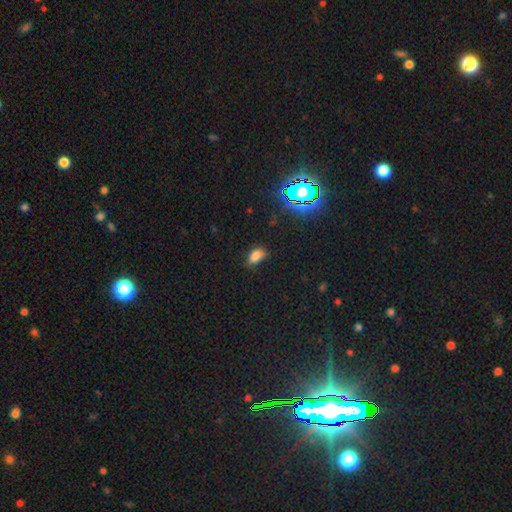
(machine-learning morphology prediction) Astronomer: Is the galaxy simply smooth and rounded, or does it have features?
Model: smooth — 77%.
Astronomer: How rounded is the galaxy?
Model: in between — 87%.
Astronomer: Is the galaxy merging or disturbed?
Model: none — 59%.